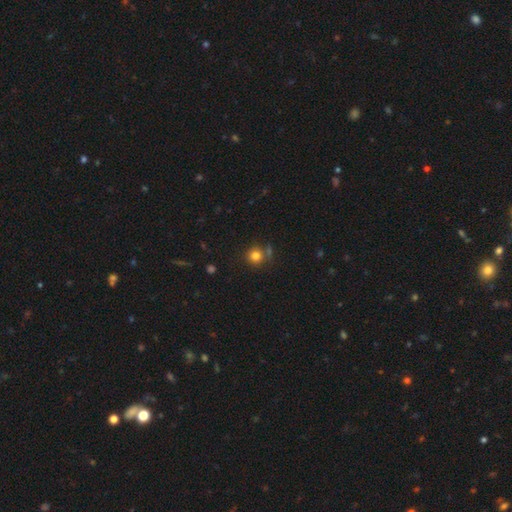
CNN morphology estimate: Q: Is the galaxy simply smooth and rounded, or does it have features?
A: smooth — 80%.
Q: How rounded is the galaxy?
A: round — 91%.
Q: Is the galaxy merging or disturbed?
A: none — 74%.